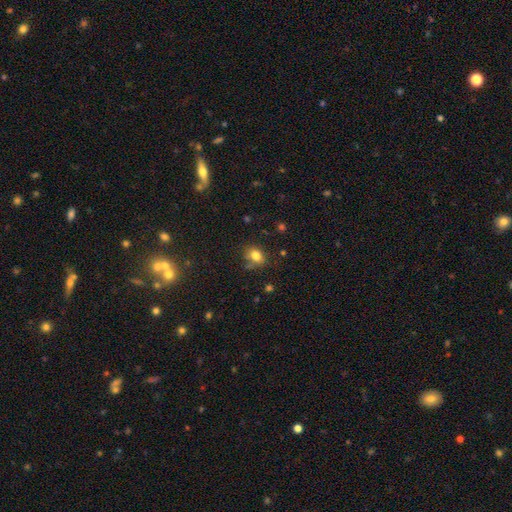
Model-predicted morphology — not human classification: This is likely a smooth galaxy (80%). How rounded: possibly in between (56%). Merging: likely none (69%).